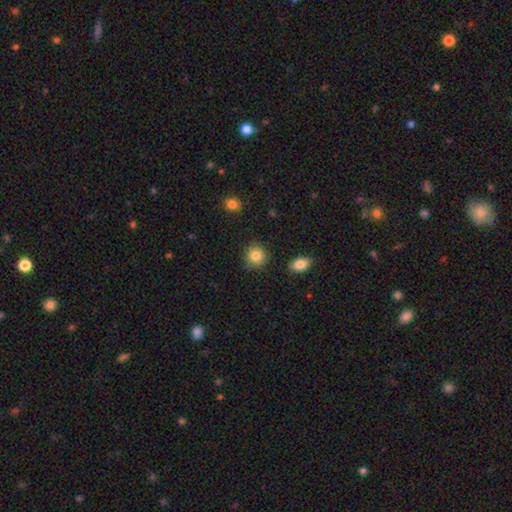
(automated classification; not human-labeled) The model was most divided on "smooth or featured": smooth: 85%, star or artifact: 9%, featured or disk: 5%. More confident: how rounded — round (88%); merging — none (86%).